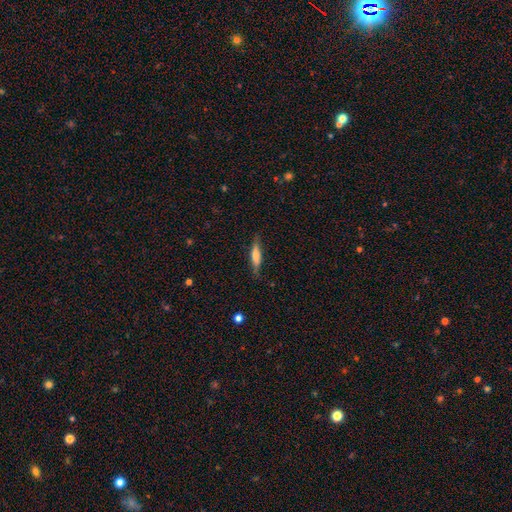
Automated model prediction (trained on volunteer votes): The model was most divided on "smooth or featured": smooth: 64%, featured or disk: 29%, star or artifact: 7%. More confident: merging — none (79%); how rounded — cigar-shaped (76%).